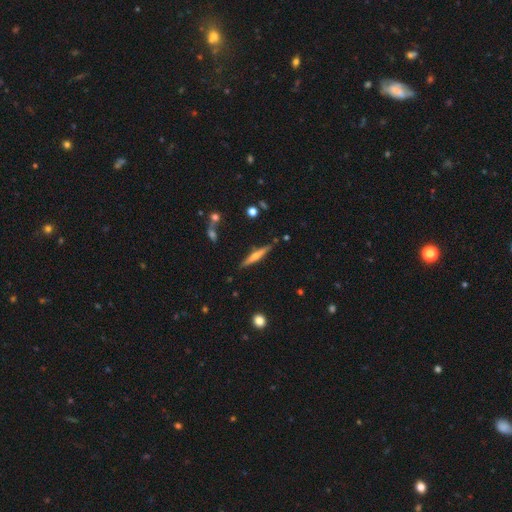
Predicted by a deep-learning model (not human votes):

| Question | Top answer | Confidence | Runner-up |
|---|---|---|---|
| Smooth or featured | featured or disk | 59% | smooth (34%) |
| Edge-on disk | yes | 96% | no (4%) |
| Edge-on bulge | rounded | 77% | none (14%) |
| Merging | none | 85% | minor disturbance (10%) |